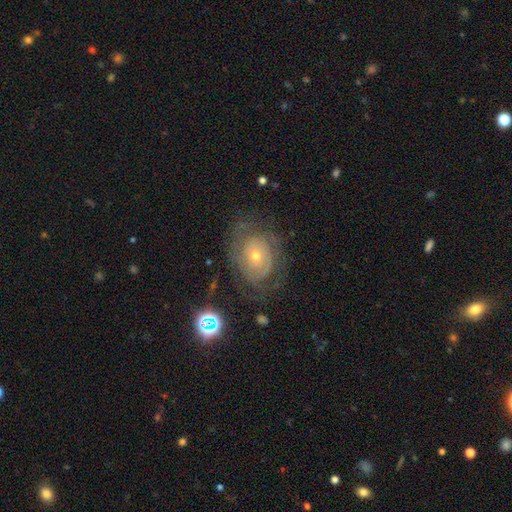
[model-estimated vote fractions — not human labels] Smooth or featured: featured or disk — 73% (smooth — 17%)
Edge-on disk: no — 97% (yes — 3%)
Bar: no — 81% (weak — 15%)
Spiral arms: yes — 81% (no — 19%)
Spiral winding: tight — 66% (medium — 25%)
Spiral arm count: can't tell — 47% (2 — 26%)
Bulge size: small — 59% (moderate — 37%)
Merging: none — 63% (minor disturbance — 20%)